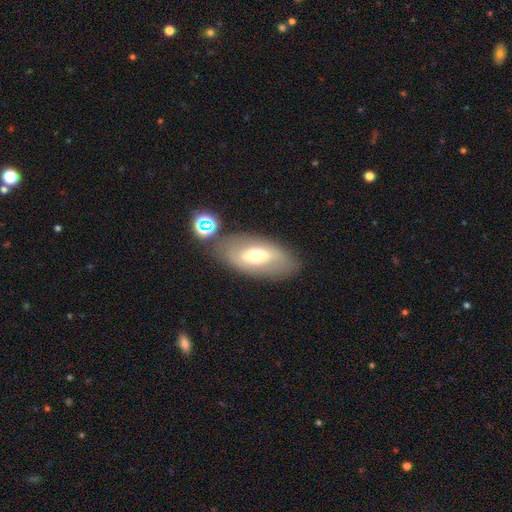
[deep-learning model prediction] This is possibly a smooth galaxy (46%). Merging: likely none (73%).